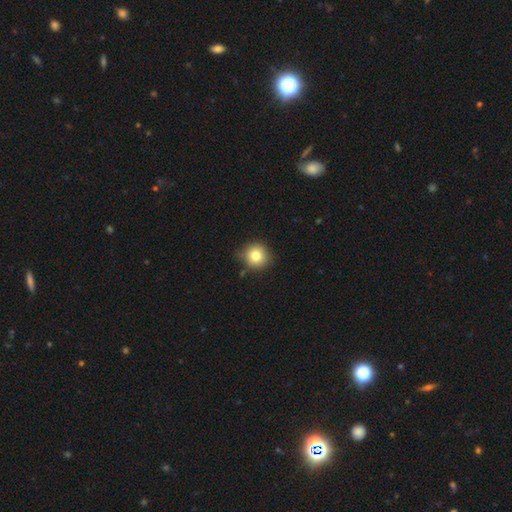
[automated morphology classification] smooth 81%, star or artifact 11%, featured or disk 8%. Down the decision tree: how rounded — round (92%); merging — none (82%).